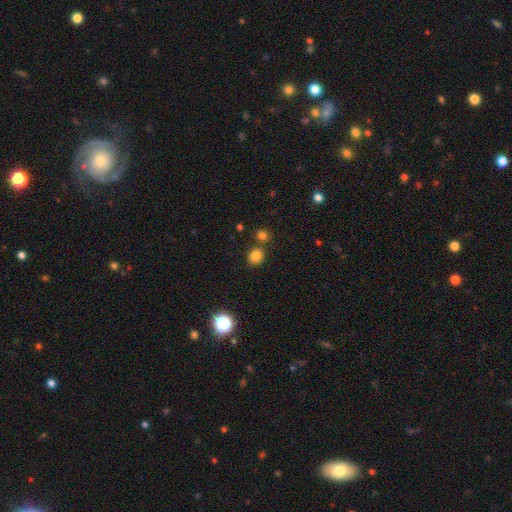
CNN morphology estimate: Smooth or featured? smooth (81%)
How rounded? round (74%)
Merging? none (73%)